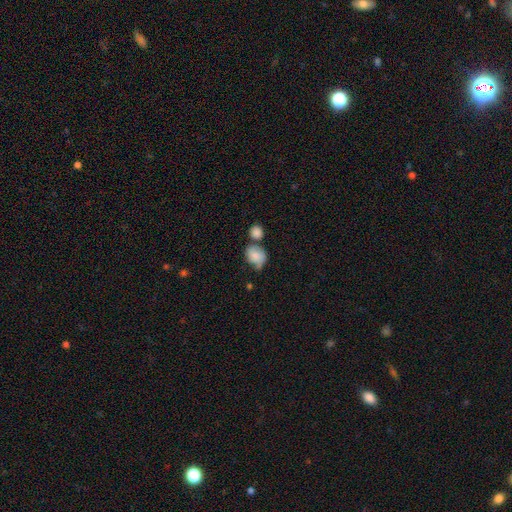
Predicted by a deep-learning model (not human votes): Smooth or featured: smooth — 77% (featured or disk — 15%)
How rounded: in between — 54% (round — 45%)
Merging: none — 35% (merger — 30%)